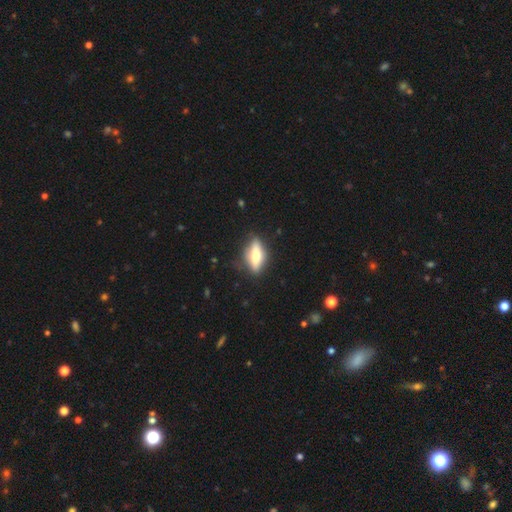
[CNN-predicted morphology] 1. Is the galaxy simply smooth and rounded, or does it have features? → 50% smooth, 44% featured or disk, 7% star or artifact.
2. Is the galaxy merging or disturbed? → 79% none, 15% minor disturbance, 4% major disturbance, 2% merger.